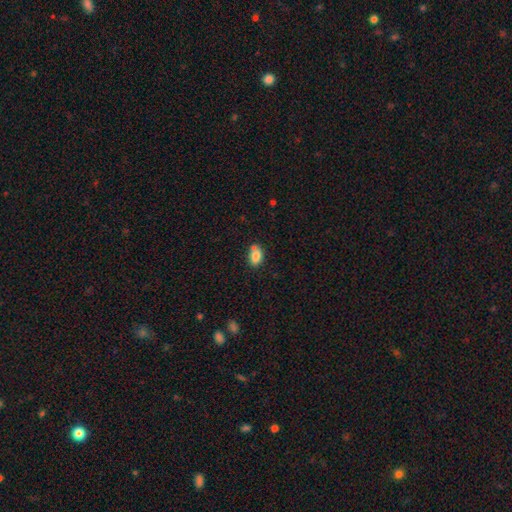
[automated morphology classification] Overall: smooth (82%). How rounded: in between (83%). Merging: none (60%).